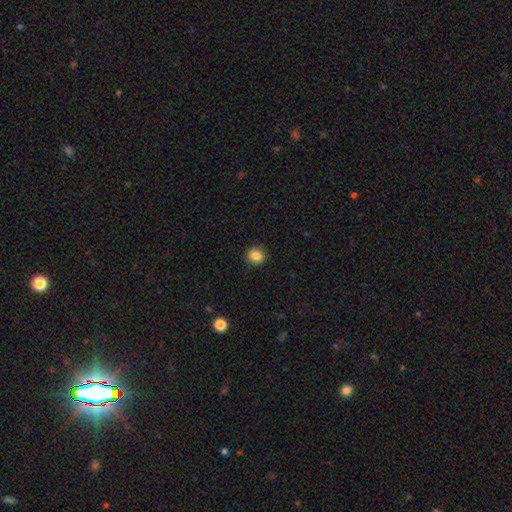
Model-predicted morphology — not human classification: A smooth galaxy with no disk features (86%) that is round (78%).

Vote fractions:
- Smooth or featured? smooth: 86% / star or artifact: 10% / featured or disk: 4%
- How rounded? round: 78% / in between: 21% / cigar-shaped: 1%
- Merging? none: 89% / minor disturbance: 8% / major disturbance: 2% / merger: 1%